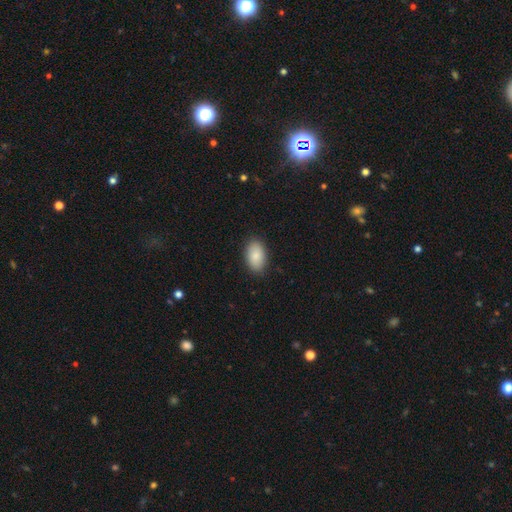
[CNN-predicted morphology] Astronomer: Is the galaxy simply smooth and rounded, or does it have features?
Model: smooth — 88%.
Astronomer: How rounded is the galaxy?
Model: in between — 93%.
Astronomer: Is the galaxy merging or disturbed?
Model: none — 88%.